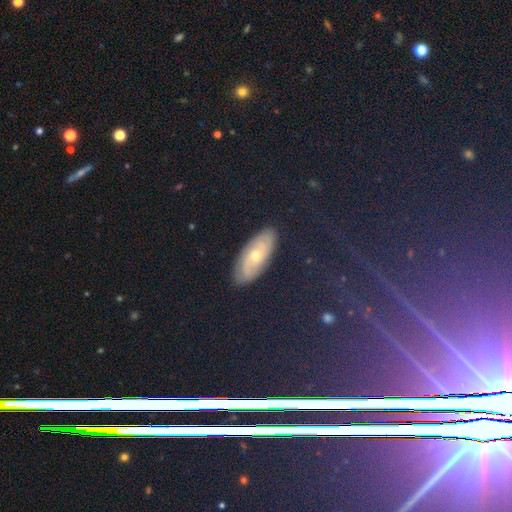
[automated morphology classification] Smooth or featured: featured or disk — 49% (smooth — 34%)
Merging: none — 87% (minor disturbance — 9%)